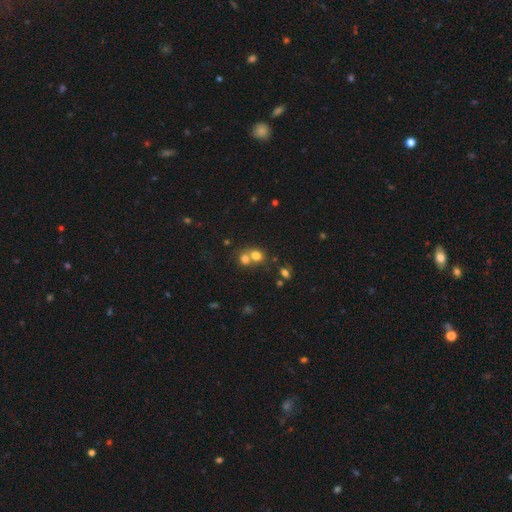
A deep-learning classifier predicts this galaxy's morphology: Smooth or featured?
  - smooth: 72% *
  - star or artifact: 16%
  - featured or disk: 12%
How rounded?
  - round: 75% *
  - in between: 24%
  - cigar-shaped: 1%
Merging?
  - merger: 55% *
  - none: 36%
  - minor disturbance: 6%
  - major disturbance: 3%